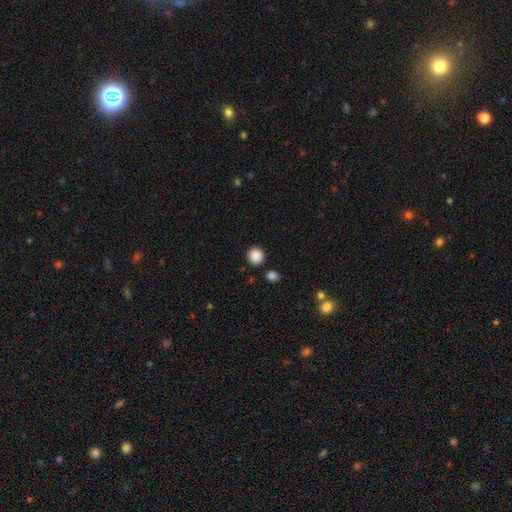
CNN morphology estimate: The model was most divided on "smooth or featured": smooth: 88%, star or artifact: 9%, featured or disk: 3%. More confident: how rounded — round (91%); merging — none (88%).